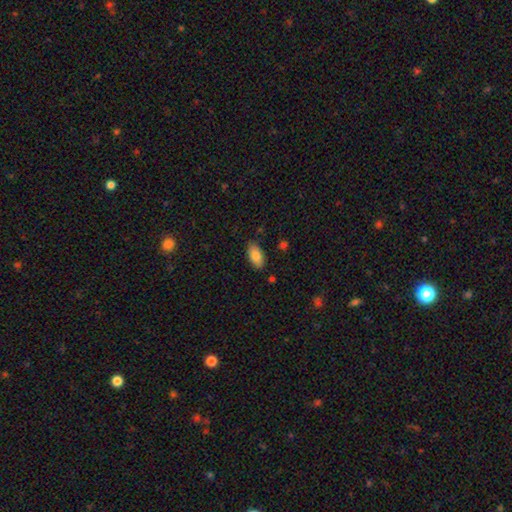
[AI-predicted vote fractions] Smooth or featured?
  - smooth: 84% *
  - featured or disk: 9%
  - star or artifact: 7%
How rounded?
  - in between: 92% *
  - cigar-shaped: 5%
  - round: 3%
Merging?
  - none: 85% *
  - minor disturbance: 11%
  - major disturbance: 2%
  - merger: 2%